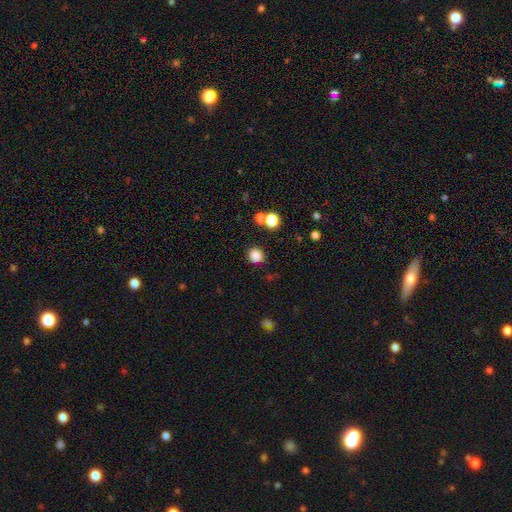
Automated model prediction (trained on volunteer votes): Smooth or featured? Predicted: smooth (p=0.84). How rounded? Predicted: round (p=0.84). Merging? Predicted: none (p=0.84).